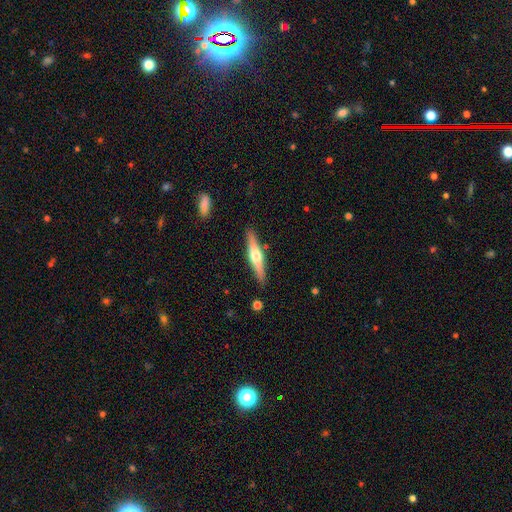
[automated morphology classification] Smooth or featured?
  - featured or disk: 61% *
  - smooth: 34%
  - star or artifact: 5%
Edge-on disk?
  - yes: 96% *
  - no: 4%
Edge-on bulge?
  - rounded: 91% *
  - boxy: 5%
  - none: 4%
Merging?
  - none: 88% *
  - minor disturbance: 9%
  - merger: 2%
  - major disturbance: 2%